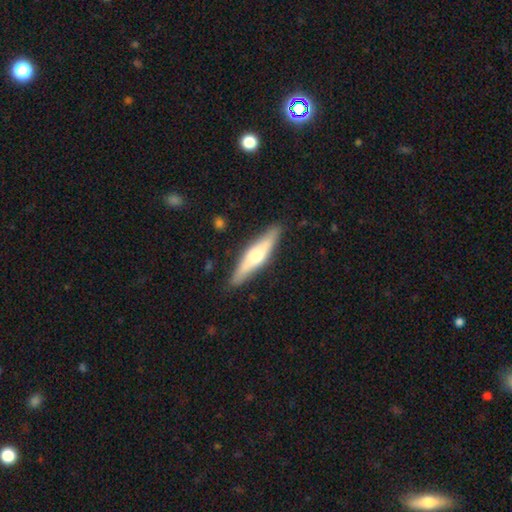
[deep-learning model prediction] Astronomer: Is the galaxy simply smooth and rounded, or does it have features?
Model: featured or disk — 54% (runner-up: smooth, 41%).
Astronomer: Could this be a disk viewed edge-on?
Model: yes — 92%.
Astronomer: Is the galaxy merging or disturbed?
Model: none — 88%.